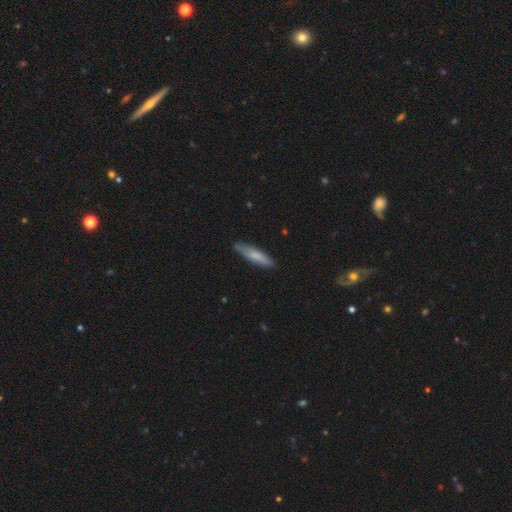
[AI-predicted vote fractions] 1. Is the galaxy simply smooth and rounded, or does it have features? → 70% smooth, 24% featured or disk, 6% star or artifact.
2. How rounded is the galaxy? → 81% cigar-shaped, 18% in between, 1% round.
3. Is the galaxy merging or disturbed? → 82% none, 14% minor disturbance, 2% major disturbance, 1% merger.